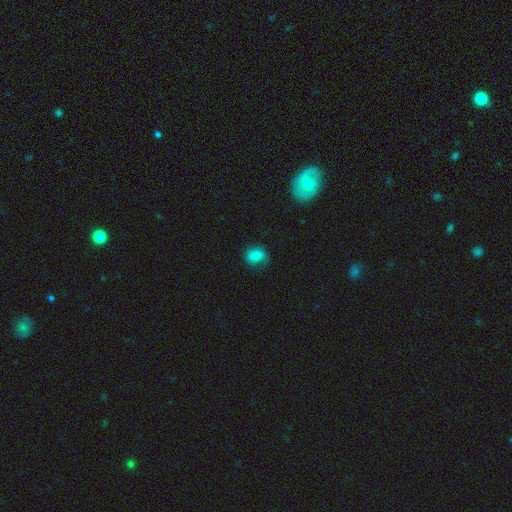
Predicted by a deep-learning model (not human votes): smooth 78%, featured or disk 12%, star or artifact 11%. Down the decision tree: how rounded — round (51%); merging — none (65%).